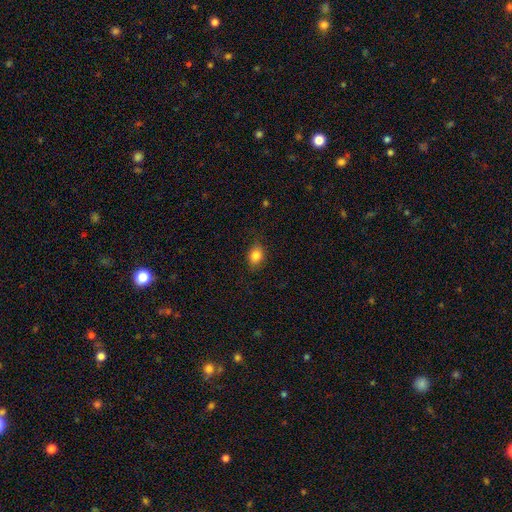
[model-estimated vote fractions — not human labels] Smooth or featured: smooth — 83% (star or artifact — 9%)
How rounded: in between — 63% (round — 35%)
Merging: none — 79% (minor disturbance — 16%)